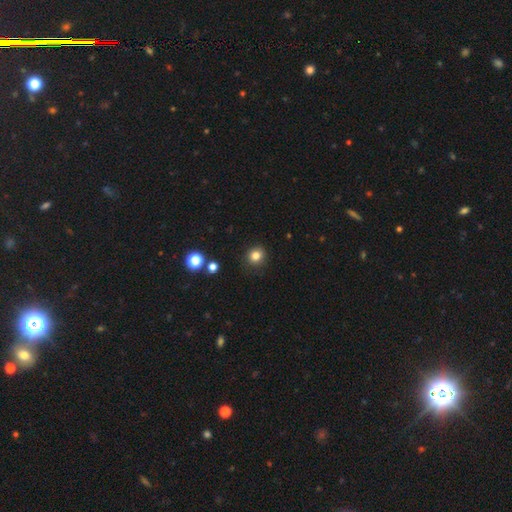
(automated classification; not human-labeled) This appears to be a smooth galaxy with no disk features (82%) that is round (88%). Merging: none (89%).